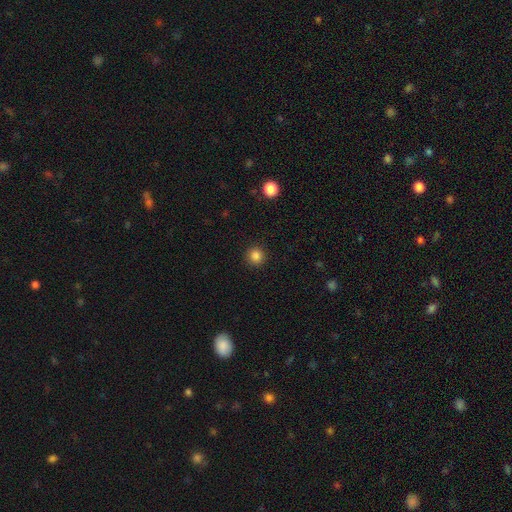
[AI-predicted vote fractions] This appears to be a smooth galaxy with no disk features (85%) that is round (95%). Merging: none (92%).